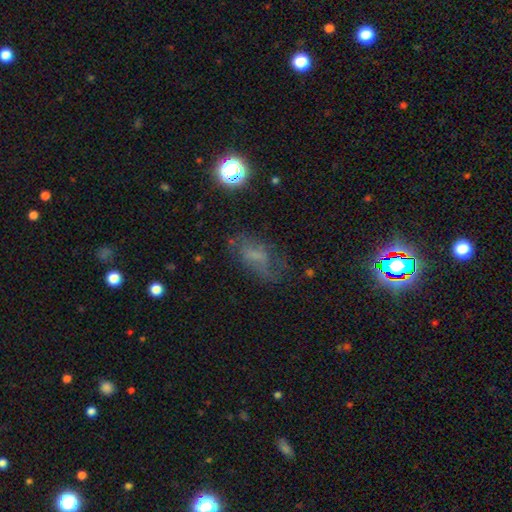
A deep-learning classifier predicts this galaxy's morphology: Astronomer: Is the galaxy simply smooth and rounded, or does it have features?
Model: featured or disk — 41% (runner-up: smooth, 39%).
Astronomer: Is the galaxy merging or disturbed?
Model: none — 55%.